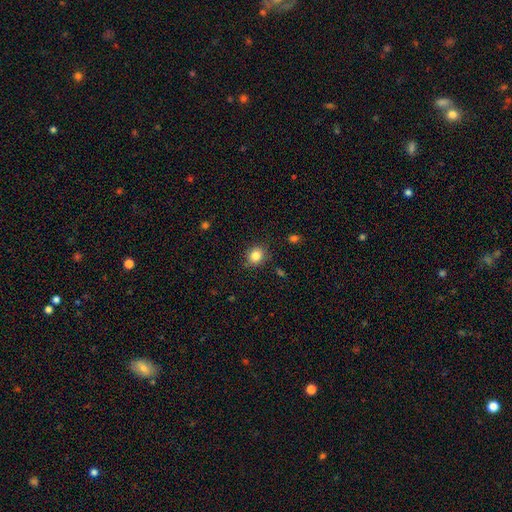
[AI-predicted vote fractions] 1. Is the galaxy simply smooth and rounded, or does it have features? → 84% smooth, 10% star or artifact, 5% featured or disk.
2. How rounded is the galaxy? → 77% round, 22% in between, 1% cigar-shaped.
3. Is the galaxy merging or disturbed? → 83% none, 12% minor disturbance, 3% major disturbance, 2% merger.